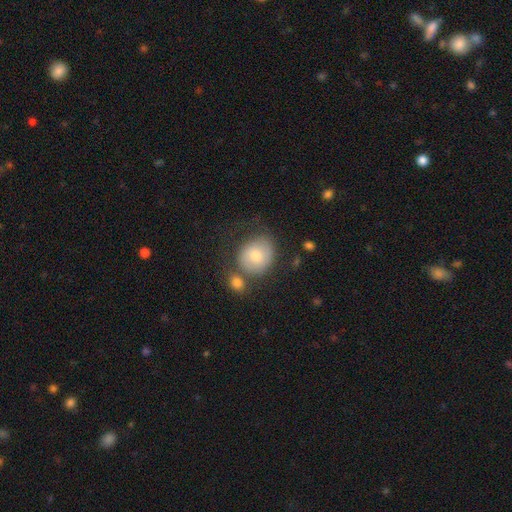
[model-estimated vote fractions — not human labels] A smooth galaxy with no disk features (71%) that is round (71%).

Vote fractions:
- Smooth or featured? smooth: 71% / featured or disk: 22% / star or artifact: 7%
- How rounded? round: 71% / in between: 28% / cigar-shaped: 1%
- Merging? none: 51% / merger: 19% / minor disturbance: 19% / major disturbance: 11%